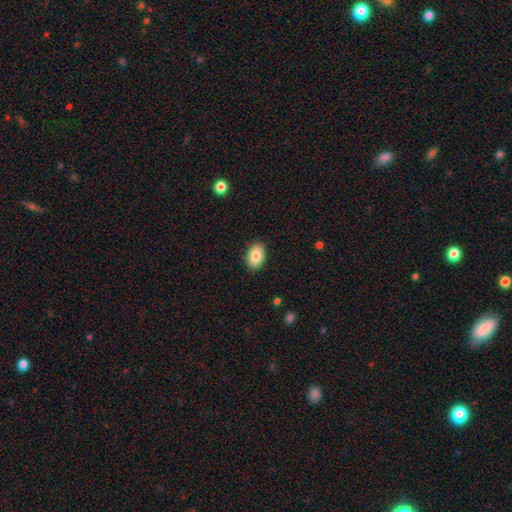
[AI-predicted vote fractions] This is clearly a smooth galaxy (84%). How rounded: clearly in between (88%). Merging: clearly none (89%).